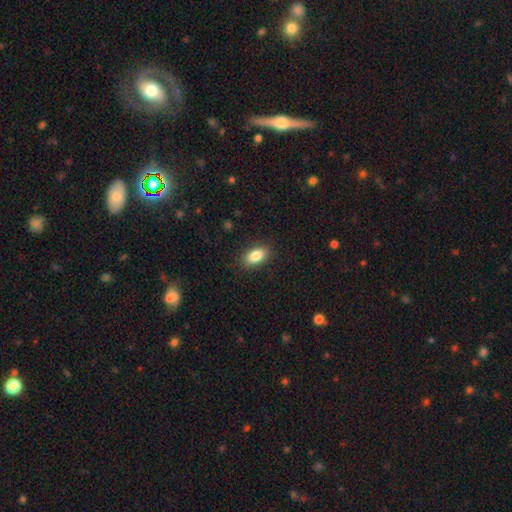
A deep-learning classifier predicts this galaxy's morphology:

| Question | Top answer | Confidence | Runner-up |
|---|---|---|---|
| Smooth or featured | smooth | 85% | featured or disk (7%) |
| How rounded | in between | 91% | round (5%) |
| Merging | none | 88% | minor disturbance (9%) |